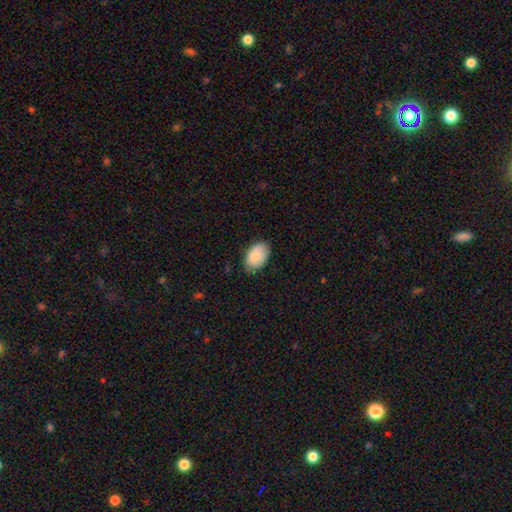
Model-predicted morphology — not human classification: The model was most divided on "merging": none: 74%, minor disturbance: 22%, major disturbance: 3%, merger: 1%. More confident: how rounded — in between (91%); smooth or featured — smooth (86%).